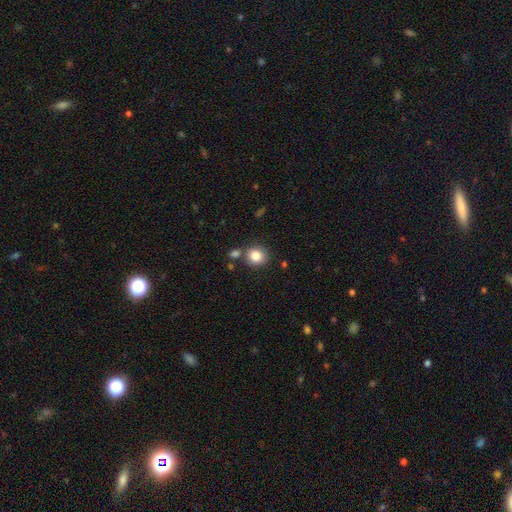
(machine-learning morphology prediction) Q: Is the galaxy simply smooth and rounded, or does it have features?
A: smooth — 84%.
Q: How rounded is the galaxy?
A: round — 85%.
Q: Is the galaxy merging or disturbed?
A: none — 74%.